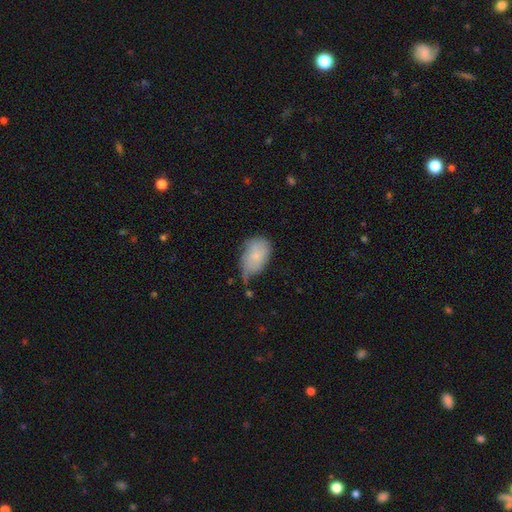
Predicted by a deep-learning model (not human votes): Morphology: type=smooth (67%); roundness=in between (88%); merging=minor disturbance (45%).